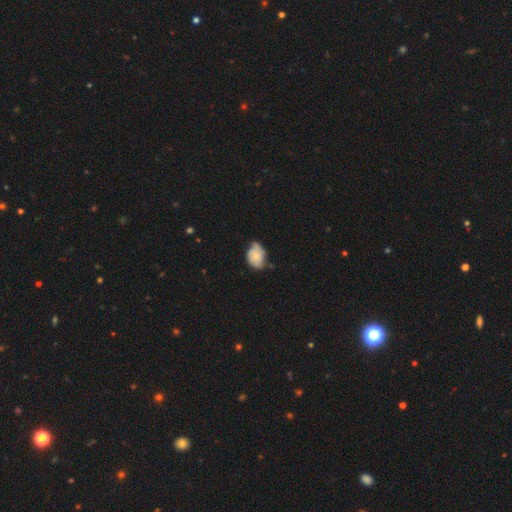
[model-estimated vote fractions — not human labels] smooth_or_featured: smooth (p=0.55) [alt: featured or disk p=0.38]
how_rounded: in between (p=0.75) [alt: round p=0.23]
merging: none (p=0.45) [alt: minor disturbance p=0.41]